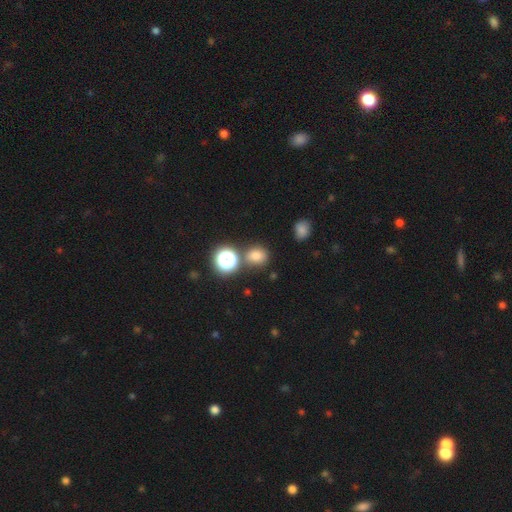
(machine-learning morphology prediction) Smooth or featured? Predicted: smooth (p=0.74). How rounded? Predicted: round (p=0.76). Merging? Predicted: none (p=0.75).